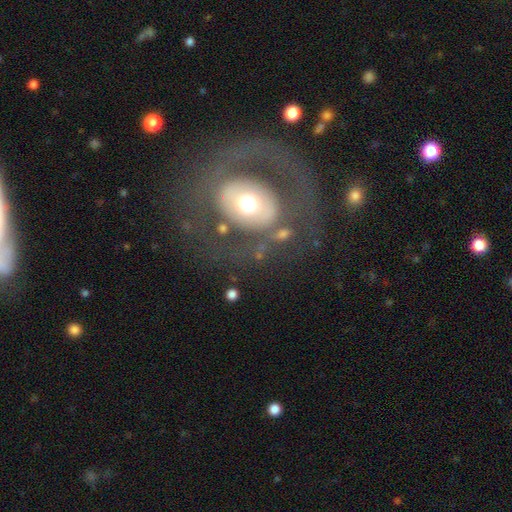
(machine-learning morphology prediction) Smooth or featured: featured or disk — 71% (smooth — 22%)
Edge-on disk: no — 95% (yes — 5%)
Bar: no — 65% (weak — 21%)
Spiral arms: no — 51% (yes — 49%)
Bulge size: moderate — 57% (large — 20%)
Merging: none — 73% (minor disturbance — 13%)